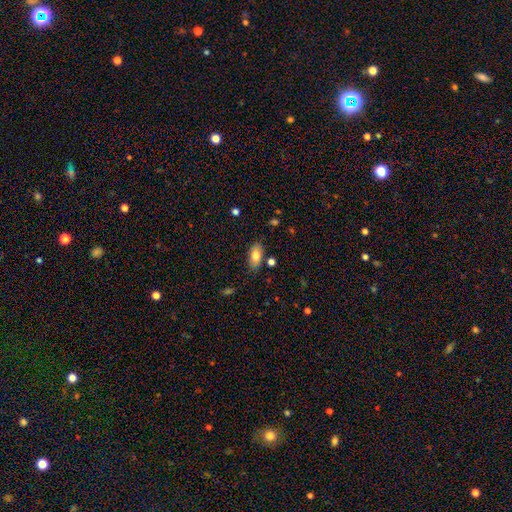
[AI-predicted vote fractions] This is likely a smooth galaxy (79%). How rounded: clearly in between (91%). Merging: clearly none (81%).